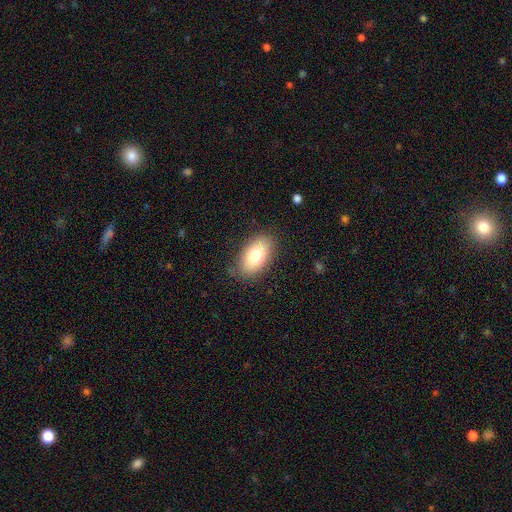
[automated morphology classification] This appears to be a smooth galaxy with no disk features (76%) that is in between round and cigar-shaped (92%). Merging: none (82%).